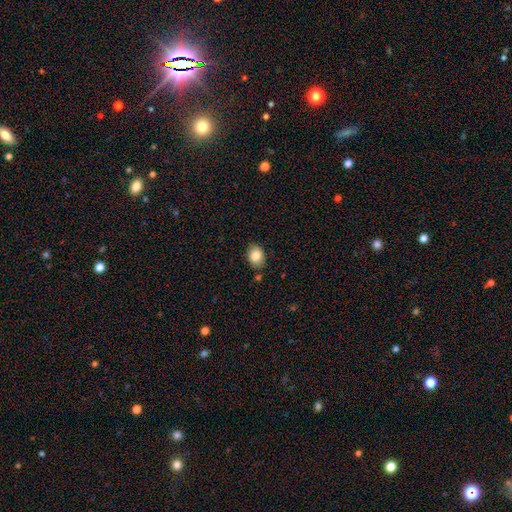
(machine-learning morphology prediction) Smooth or featured? smooth (85%)
How rounded? in between (58%)
Merging? none (83%)